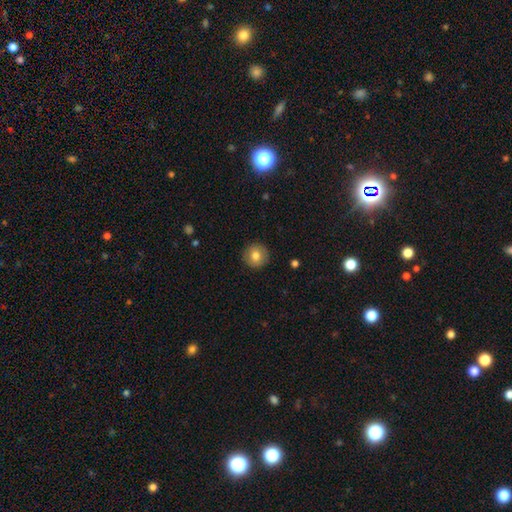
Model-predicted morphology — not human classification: smooth 79%, featured or disk 13%, star or artifact 8%. Down the decision tree: how rounded — round (95%); merging — none (91%).